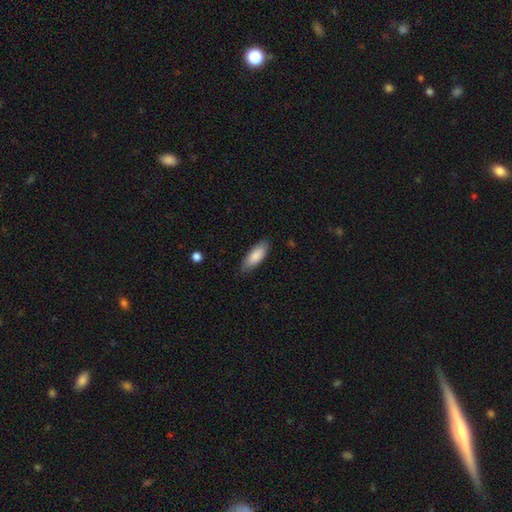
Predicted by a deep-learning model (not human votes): smooth_or_featured: smooth (p=0.86) [alt: featured or disk p=0.09]
how_rounded: in between (p=0.73) [alt: cigar-shaped p=0.26]
merging: none (p=0.82) [alt: minor disturbance p=0.15]